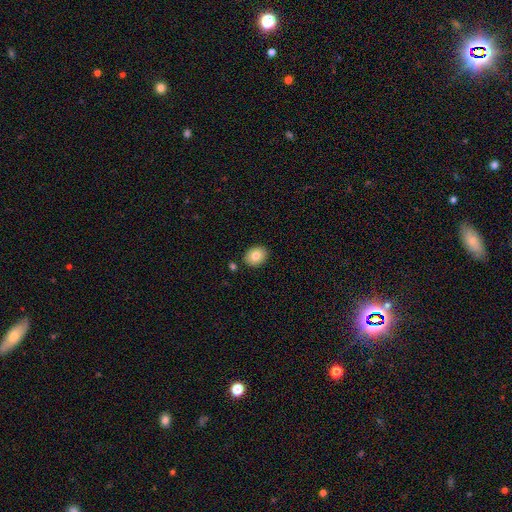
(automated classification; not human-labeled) Smooth or featured: smooth — 82% (featured or disk — 10%)
How rounded: in between — 50% (round — 49%)
Merging: none — 88% (minor disturbance — 8%)